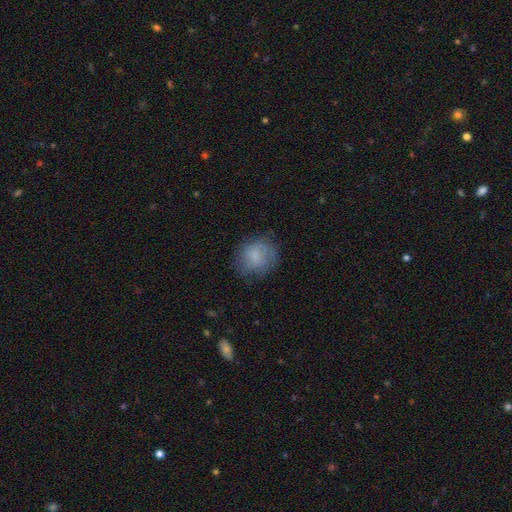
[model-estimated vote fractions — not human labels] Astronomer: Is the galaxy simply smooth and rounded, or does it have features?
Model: smooth — 73%.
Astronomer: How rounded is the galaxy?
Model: round — 69%.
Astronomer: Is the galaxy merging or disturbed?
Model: none — 69%.